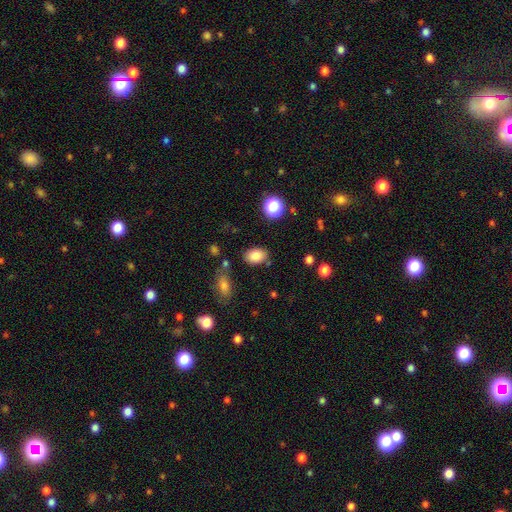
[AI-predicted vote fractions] A smooth galaxy with no disk features (83%) that is in between round and cigar-shaped (83%).

Vote fractions:
- Smooth or featured? smooth: 83% / star or artifact: 10% / featured or disk: 7%
- How rounded? in between: 83% / round: 15% / cigar-shaped: 1%
- Merging? none: 80% / minor disturbance: 12% / merger: 4% / major disturbance: 3%